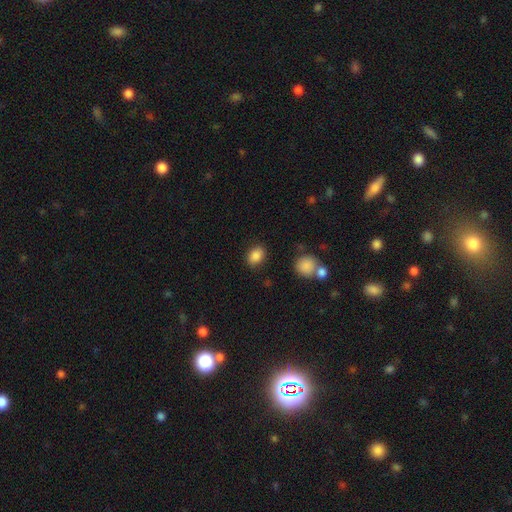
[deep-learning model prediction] A smooth galaxy with no disk features (87%) that is in between round and cigar-shaped (70%). Merging: none (84%).